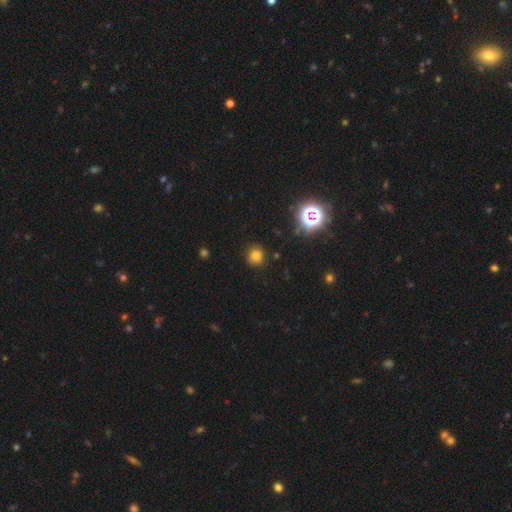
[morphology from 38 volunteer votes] Volunteers were most divided on "smooth or featured": smooth: 84%, star or artifact: 11%, featured or disk: 5%. More confident: merging — none (97%); how rounded — round (88%).